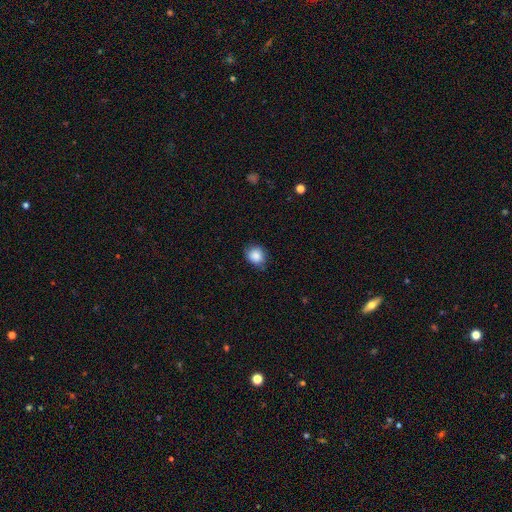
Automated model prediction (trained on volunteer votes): Smooth or featured: smooth — 86% (star or artifact — 9%)
How rounded: round — 70% (in between — 29%)
Merging: none — 72% (minor disturbance — 23%)